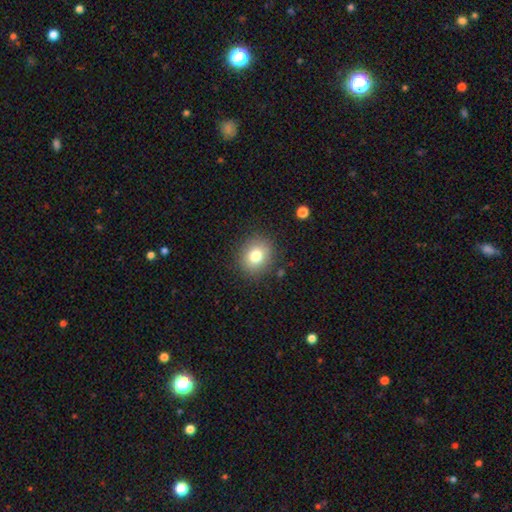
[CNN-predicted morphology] Smooth or featured?
  - smooth: 79% *
  - star or artifact: 11%
  - featured or disk: 10%
How rounded?
  - round: 70% *
  - in between: 29%
  - cigar-shaped: 1%
Merging?
  - none: 87% *
  - minor disturbance: 9%
  - major disturbance: 3%
  - merger: 1%